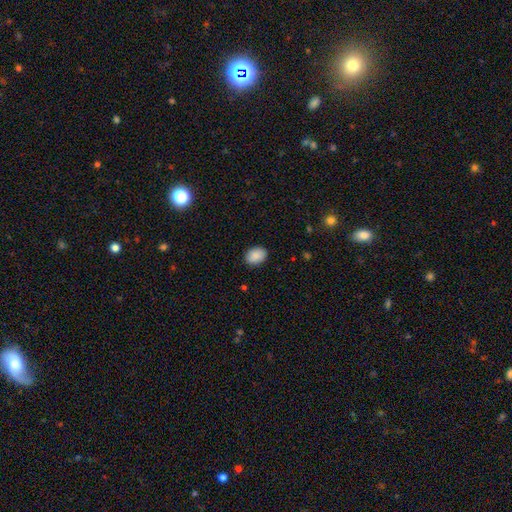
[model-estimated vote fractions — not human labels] The model was most divided on "how rounded": in between: 76%, round: 23%, cigar-shaped: 1%. More confident: smooth or featured — smooth (90%); merging — none (88%).